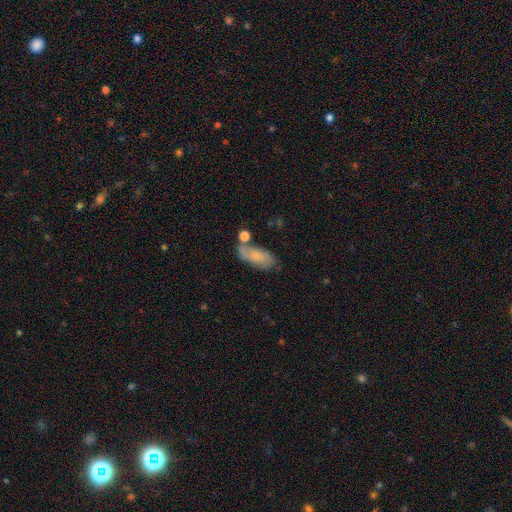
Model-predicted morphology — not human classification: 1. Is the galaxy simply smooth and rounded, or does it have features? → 65% smooth, 27% featured or disk, 9% star or artifact.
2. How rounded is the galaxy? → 83% in between, 13% cigar-shaped, 4% round.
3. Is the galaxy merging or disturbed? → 47% none, 24% minor disturbance, 19% merger, 11% major disturbance.